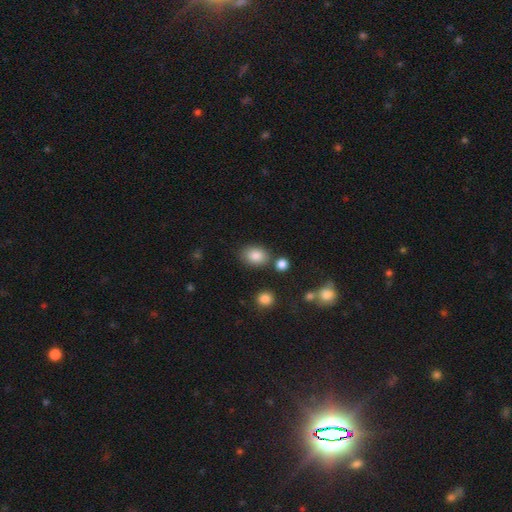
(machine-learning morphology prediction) Smooth or featured? Predicted: smooth (p=0.85). How rounded? Predicted: in between (p=0.70). Merging? Predicted: none (p=0.75).